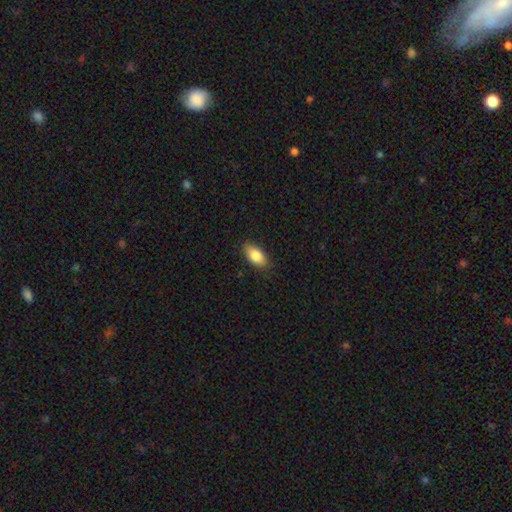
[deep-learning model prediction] Smooth or featured? Predicted: smooth (p=0.84). How rounded? Predicted: in between (p=0.90). Merging? Predicted: none (p=0.86).